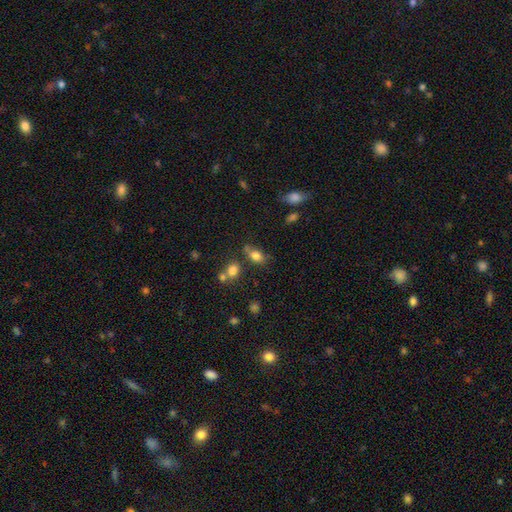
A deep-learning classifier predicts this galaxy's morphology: The model was most divided on "merging": none: 56%, minor disturbance: 22%, merger: 14%, major disturbance: 8%. More confident: smooth or featured — smooth (80%); how rounded — in between (79%).